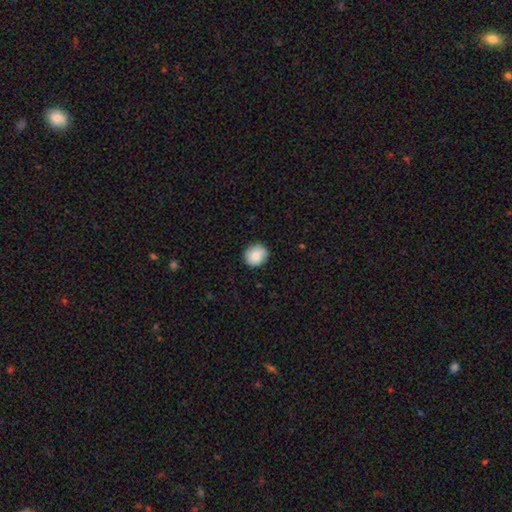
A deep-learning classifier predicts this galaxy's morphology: A smooth galaxy with no disk features (86%) that is round (84%). Merging: none (88%).